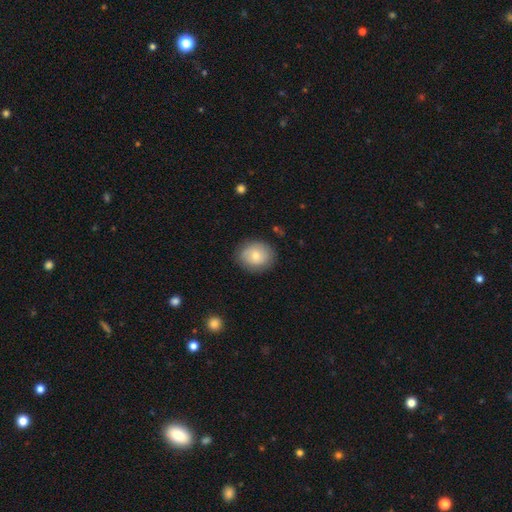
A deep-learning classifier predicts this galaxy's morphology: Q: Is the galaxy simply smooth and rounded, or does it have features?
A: smooth — 75%.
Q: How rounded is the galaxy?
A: round — 65%.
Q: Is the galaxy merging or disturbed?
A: none — 83%.